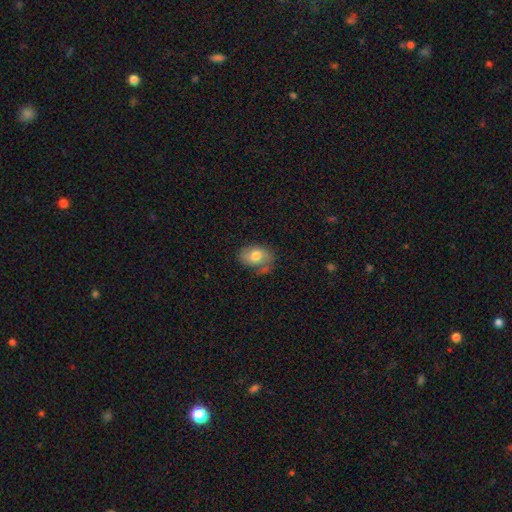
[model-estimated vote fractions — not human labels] A smooth galaxy with no disk features (67%) that is in between round and cigar-shaped (77%).

Vote fractions:
- Smooth or featured? smooth: 67% / featured or disk: 26% / star or artifact: 8%
- How rounded? in between: 77% / round: 22% / cigar-shaped: 1%
- Merging? none: 54% / minor disturbance: 29% / major disturbance: 12% / merger: 4%